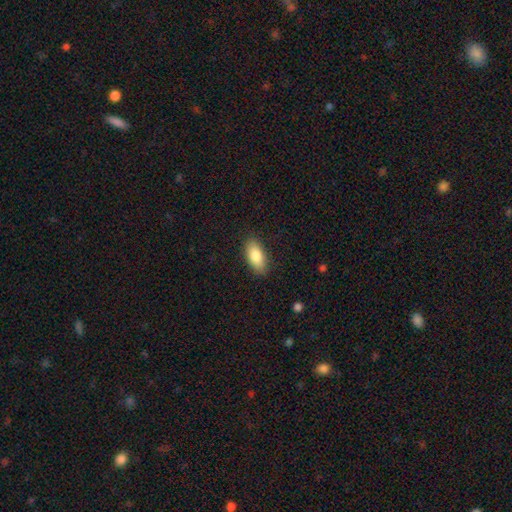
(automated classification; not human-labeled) This is clearly a smooth galaxy (85%). How rounded: clearly in between (87%). Merging: clearly none (86%).